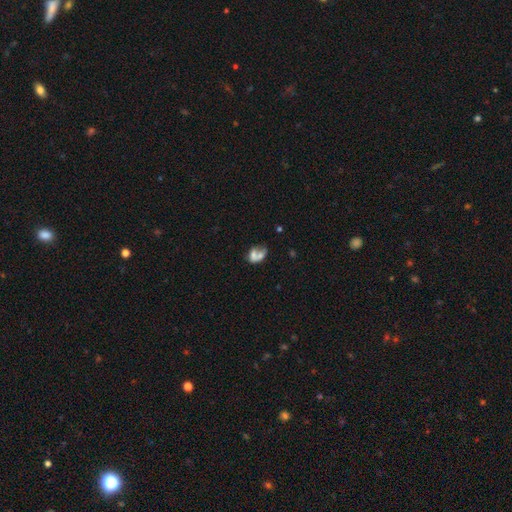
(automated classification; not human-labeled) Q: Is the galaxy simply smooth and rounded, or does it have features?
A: smooth — 55%.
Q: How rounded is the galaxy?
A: in between — 73%.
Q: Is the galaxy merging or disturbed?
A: merger — 54%.